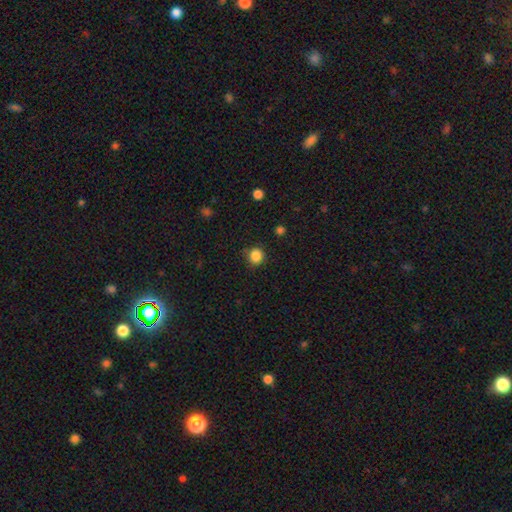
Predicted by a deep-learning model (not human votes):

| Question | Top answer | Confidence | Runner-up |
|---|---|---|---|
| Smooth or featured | smooth | 86% | star or artifact (11%) |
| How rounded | round | 89% | in between (10%) |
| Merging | none | 85% | minor disturbance (10%) |